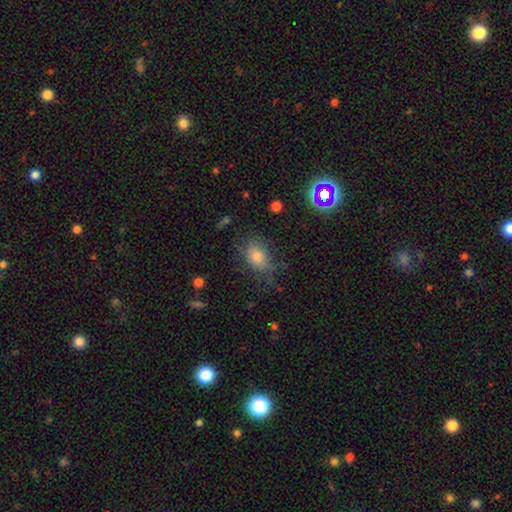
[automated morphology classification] This appears to be a smooth galaxy with no disk features (58%) that is in between round and cigar-shaped (71%). Merging: none (66%).